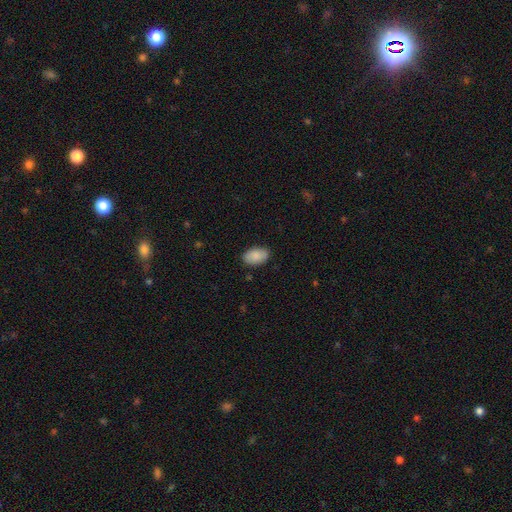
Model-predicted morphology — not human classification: smooth 88%, star or artifact 6%, featured or disk 6%. Down the decision tree: how rounded — in between (93%); merging — none (85%).